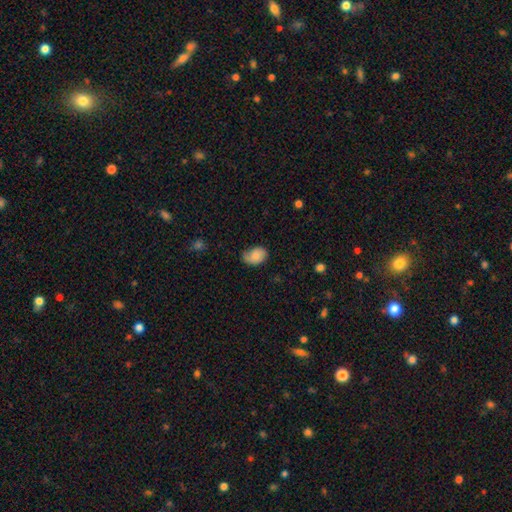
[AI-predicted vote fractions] Morphology: type=smooth (77%); roundness=in between (76%); merging=none (51%).